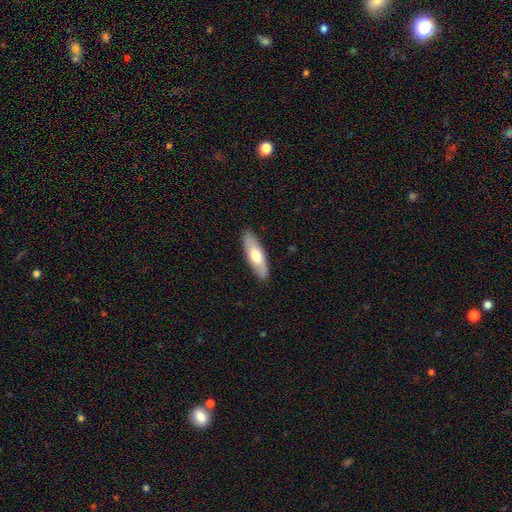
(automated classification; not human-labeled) The model was most divided on "how rounded": in between: 56%, cigar-shaped: 42%, round: 2%. More confident: merging — none (88%); smooth or featured — smooth (62%).